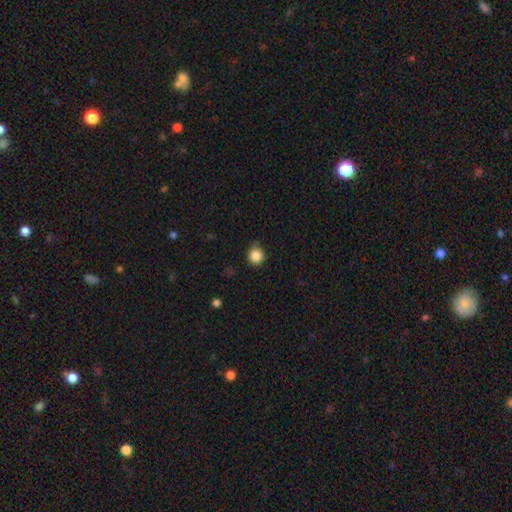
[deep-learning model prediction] Smooth or featured? Predicted: smooth (p=0.85). How rounded? Predicted: round (p=0.91). Merging? Predicted: none (p=0.77).